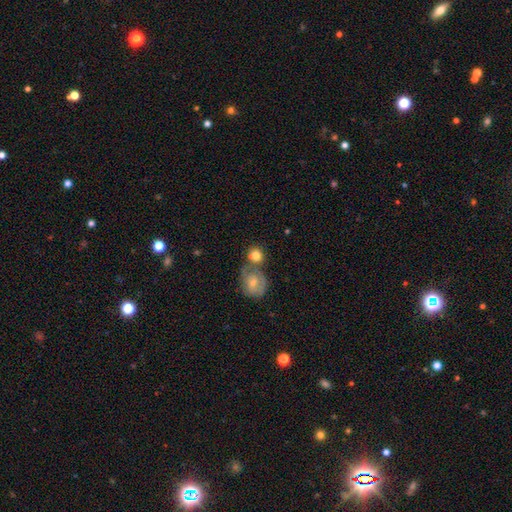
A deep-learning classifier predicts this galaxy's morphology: Smooth or featured?
  - smooth: 79% *
  - featured or disk: 13%
  - star or artifact: 8%
How rounded?
  - round: 80% *
  - in between: 18%
  - cigar-shaped: 1%
Merging?
  - merger: 43% * (tied)
  - none: 43% * (tied)
  - minor disturbance: 10%
  - major disturbance: 4%